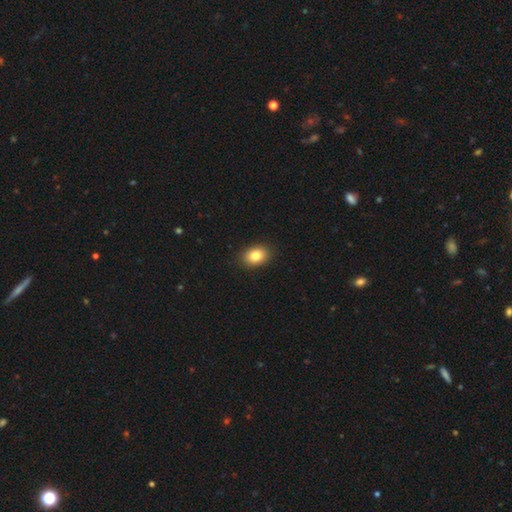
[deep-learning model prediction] Overall: smooth (83%). How rounded: in between (75%). Merging: none (90%).